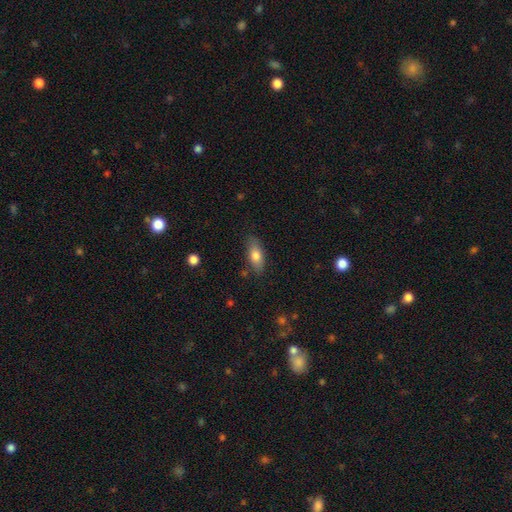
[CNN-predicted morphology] A smooth galaxy with no disk features (77%) that is in between round and cigar-shaped (80%).

Vote fractions:
- Smooth or featured? smooth: 77% / featured or disk: 16% / star or artifact: 7%
- How rounded? in between: 80% / cigar-shaped: 16% / round: 4%
- Merging? none: 81% / minor disturbance: 14% / major disturbance: 3% / merger: 2%